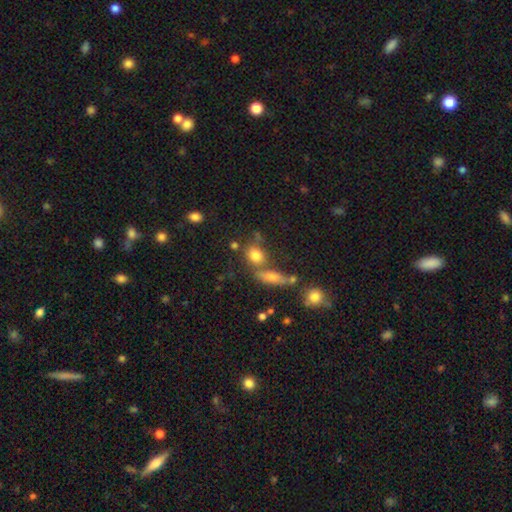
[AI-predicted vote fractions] smooth-or-featured: smooth: 77% | star or artifact: 12% | featured or disk: 11%
  how-rounded: round: 56% | in between: 39% | cigar-shaped: 5%
  merging: none: 57% | merger: 25% | minor disturbance: 13% | major disturbance: 5%